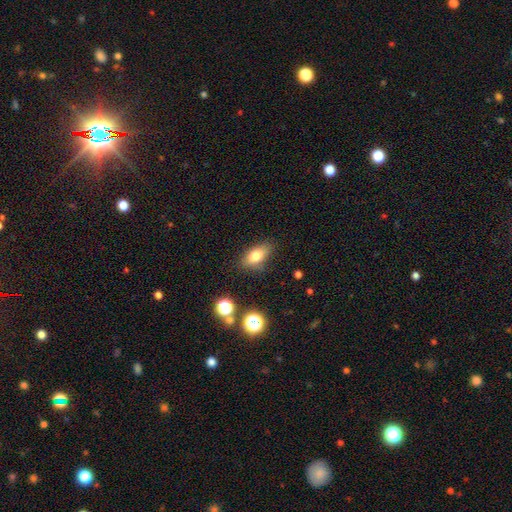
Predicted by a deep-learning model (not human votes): Morphology: type=smooth (76%); roundness=in between (83%); merging=none (81%).